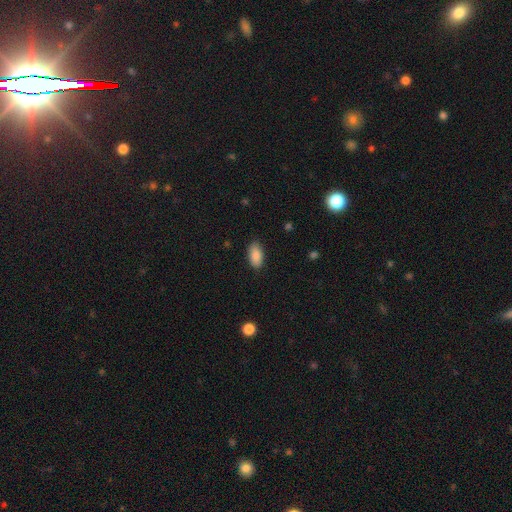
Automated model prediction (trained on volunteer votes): Smooth or featured?
  - smooth: 89% *
  - star or artifact: 7%
  - featured or disk: 4%
How rounded?
  - in between: 94% *
  - round: 3%
  - cigar-shaped: 3%
Merging?
  - none: 86% *
  - minor disturbance: 10%
  - major disturbance: 2%
  - merger: 1%